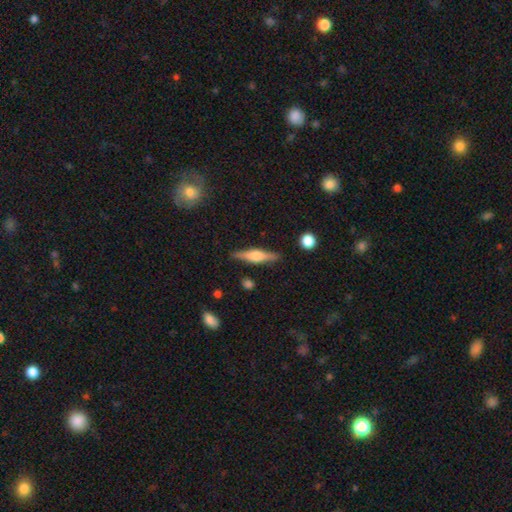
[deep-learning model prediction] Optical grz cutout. It shows a featured or disk galaxy (68%) viewed edge-on (97%) with a rounded central bulge (81%). Merging: none (88%).